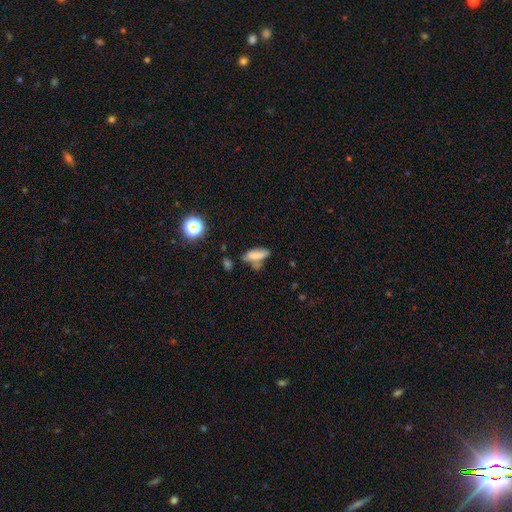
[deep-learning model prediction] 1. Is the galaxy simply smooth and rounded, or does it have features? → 69% smooth, 19% featured or disk, 12% star or artifact.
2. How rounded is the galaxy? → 68% in between, 28% cigar-shaped, 4% round.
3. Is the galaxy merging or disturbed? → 44% none, 25% minor disturbance, 19% merger, 12% major disturbance.